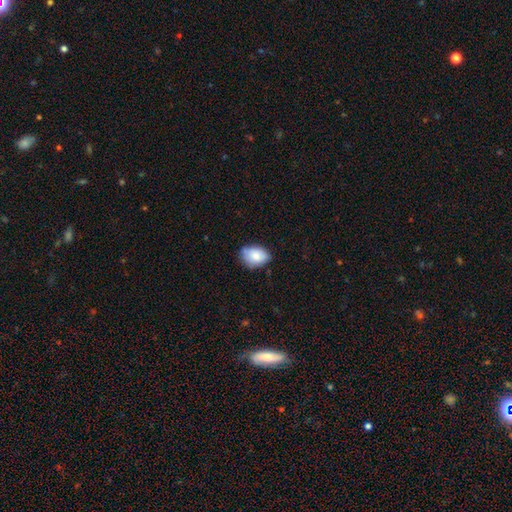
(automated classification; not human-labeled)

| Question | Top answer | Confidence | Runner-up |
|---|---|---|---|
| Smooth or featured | smooth | 80% | featured or disk (13%) |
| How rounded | in between | 80% | round (19%) |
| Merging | none | 61% | minor disturbance (31%) |